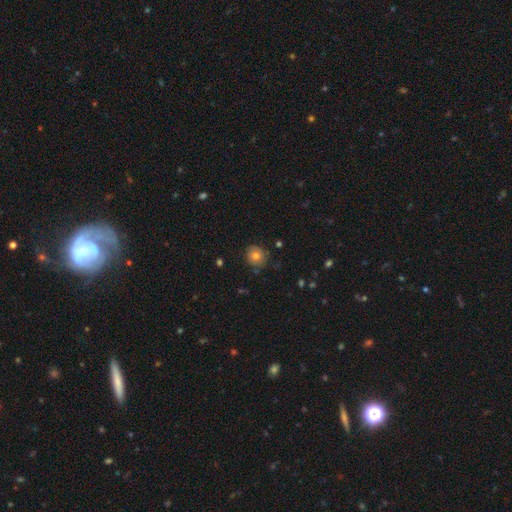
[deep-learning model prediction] smooth 76%, featured or disk 12%, star or artifact 11%. Down the decision tree: how rounded — round (86%); merging — none (82%).